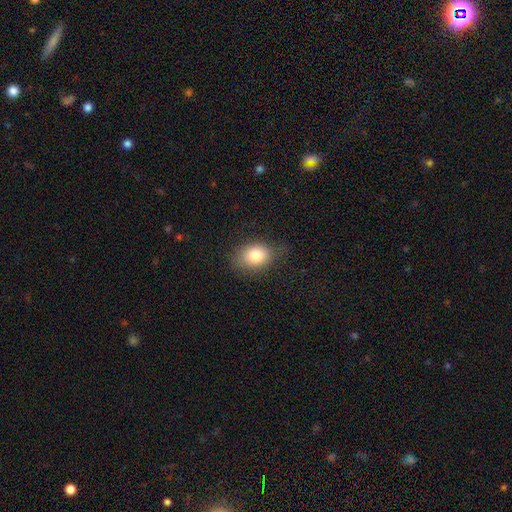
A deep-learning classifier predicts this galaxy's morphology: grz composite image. It shows a smooth galaxy with no disk features (81%) that is in between round and cigar-shaped (70%). Merging: none (68%).